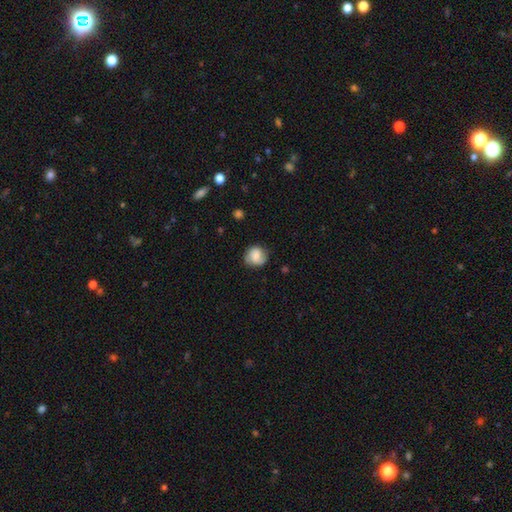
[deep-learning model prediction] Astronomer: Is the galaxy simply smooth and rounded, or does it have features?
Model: smooth — 68%.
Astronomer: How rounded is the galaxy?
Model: round — 81%.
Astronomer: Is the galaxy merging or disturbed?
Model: none — 71%.